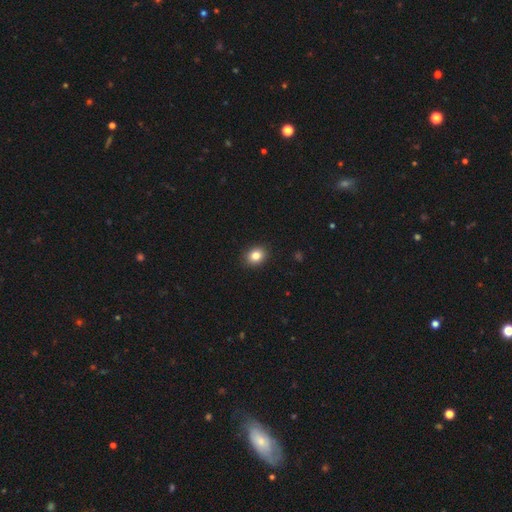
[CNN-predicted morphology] Smooth or featured? smooth (83%)
How rounded? round (55%)
Merging? none (91%)